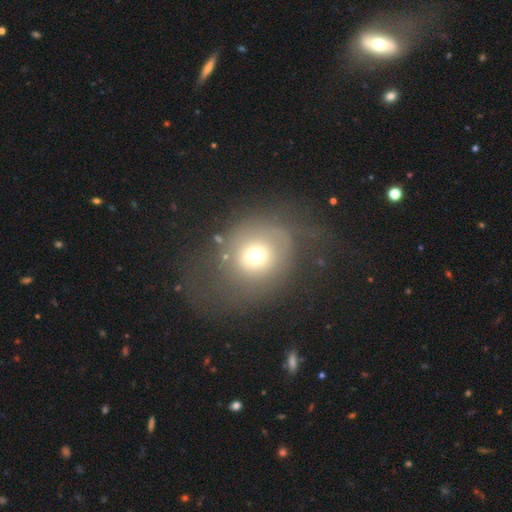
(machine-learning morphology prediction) The model was most divided on "merging": none: 54%, major disturbance: 27%, minor disturbance: 16%, merger: 3%. More confident: how rounded — round (86%); smooth or featured — smooth (65%).